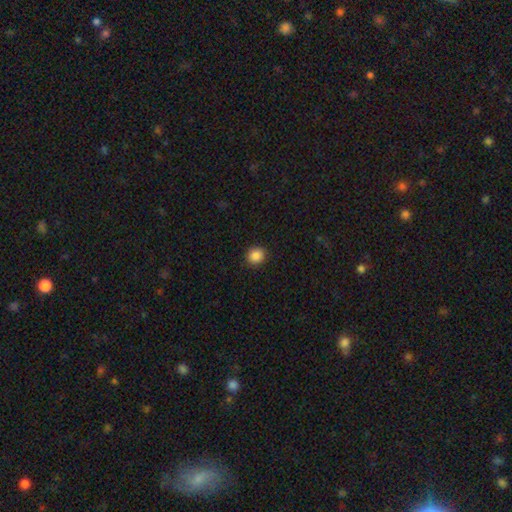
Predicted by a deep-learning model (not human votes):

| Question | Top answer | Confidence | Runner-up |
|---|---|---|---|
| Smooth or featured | smooth | 88% | star or artifact (9%) |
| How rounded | round | 84% | in between (15%) |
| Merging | none | 90% | minor disturbance (7%) |